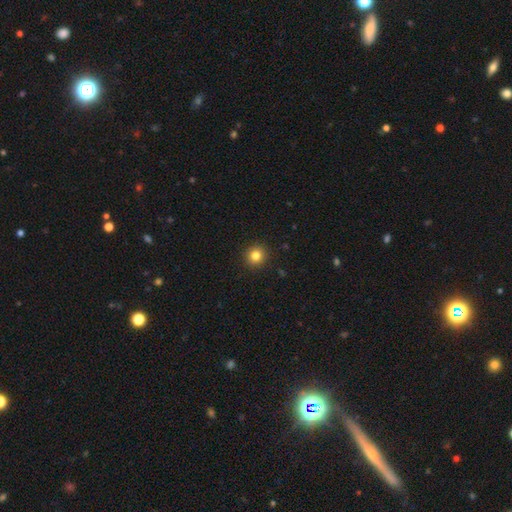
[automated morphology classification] Smooth or featured: smooth — 82% (star or artifact — 12%)
How rounded: round — 93% (in between — 6%)
Merging: none — 93% (minor disturbance — 5%)